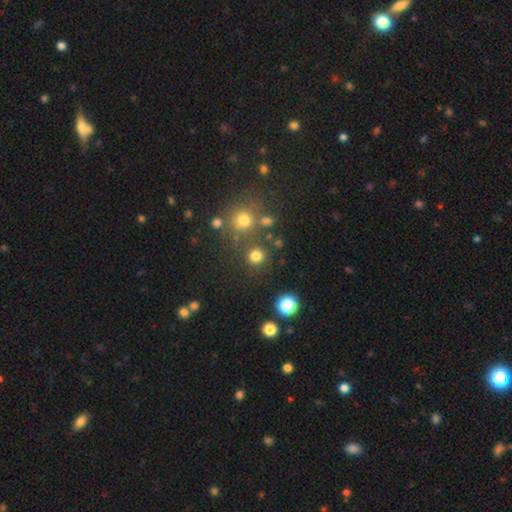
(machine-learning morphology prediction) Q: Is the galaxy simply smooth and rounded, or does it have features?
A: smooth — 77%.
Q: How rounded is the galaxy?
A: round — 92%.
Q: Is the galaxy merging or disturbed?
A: none — 80%.